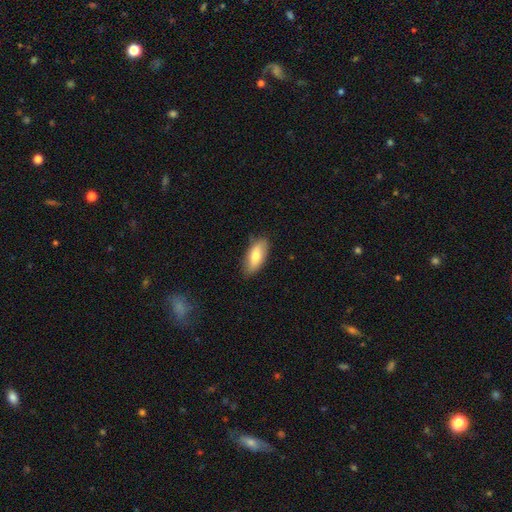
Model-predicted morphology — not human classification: Smooth or featured? Predicted: smooth (p=0.74). How rounded? Predicted: in between (p=0.83). Merging? Predicted: none (p=0.81).